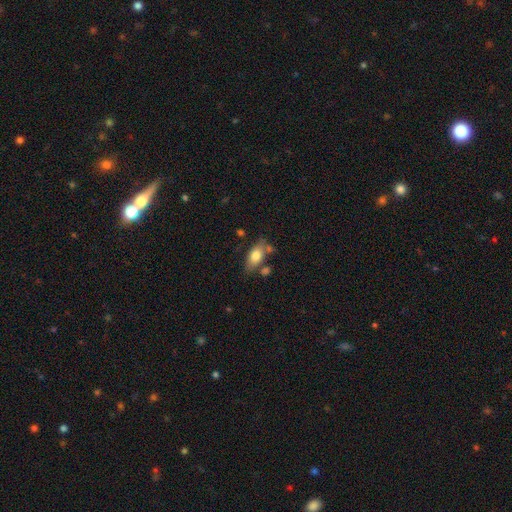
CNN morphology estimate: smooth_or_featured: smooth (p=0.73) [alt: featured or disk p=0.20]
how_rounded: in between (p=0.85) [alt: cigar-shaped p=0.10]
merging: none (p=0.64) [alt: minor disturbance p=0.19]